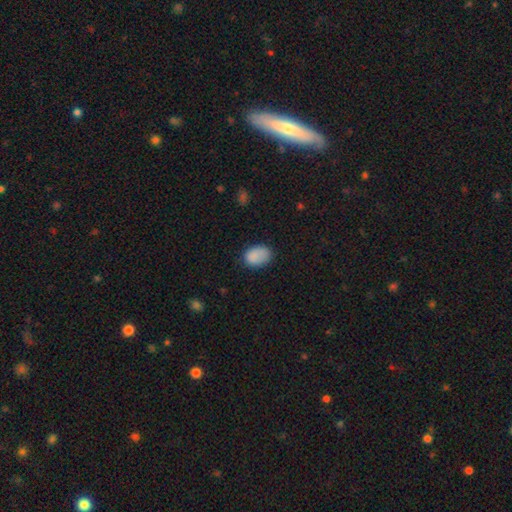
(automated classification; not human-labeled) Smooth or featured? smooth (86%)
How rounded? in between (82%)
Merging? none (72%)